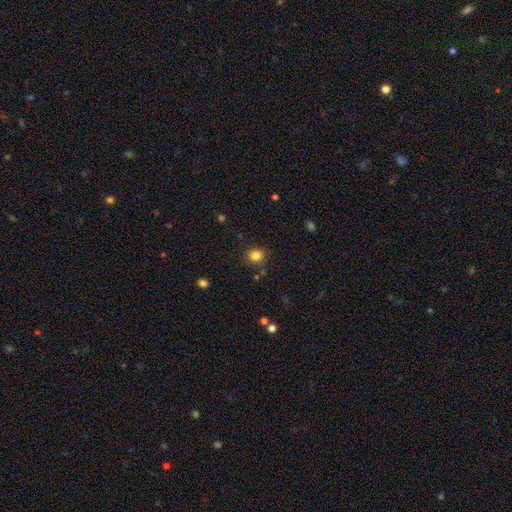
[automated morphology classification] This appears to be a smooth galaxy with no disk features (83%) that is round (79%). Merging: none (84%).